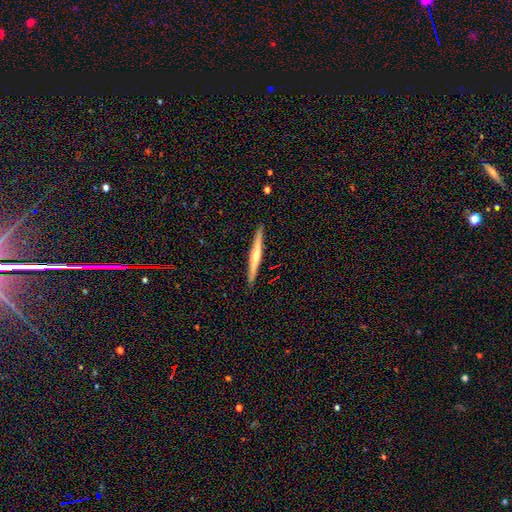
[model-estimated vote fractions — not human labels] A featured or disk galaxy (65%) viewed edge-on (98%) with a rounded central bulge (77%).

Vote fractions:
- Smooth or featured? featured or disk: 65% / smooth: 29% / star or artifact: 6%
- Edge-on disk? yes: 98% / no: 2%
- Edge-on bulge? rounded: 77% / none: 19% / boxy: 4%
- Merging? none: 92% / minor disturbance: 6% / major disturbance: 1% / merger: 1%